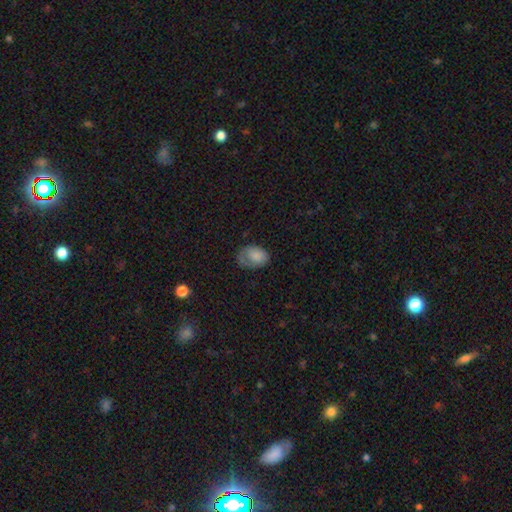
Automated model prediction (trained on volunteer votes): This appears to be a smooth galaxy with no disk features (76%) that is in between round and cigar-shaped (77%). Merging: none (43%).